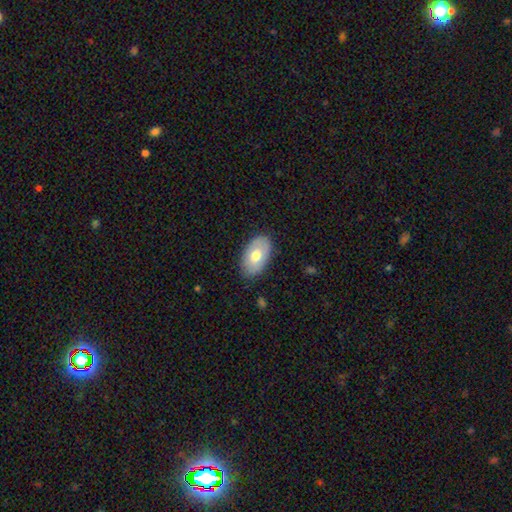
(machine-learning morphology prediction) Overall: smooth (65%; featured or disk 29%). How rounded: in between (93%). Merging: none (83%).